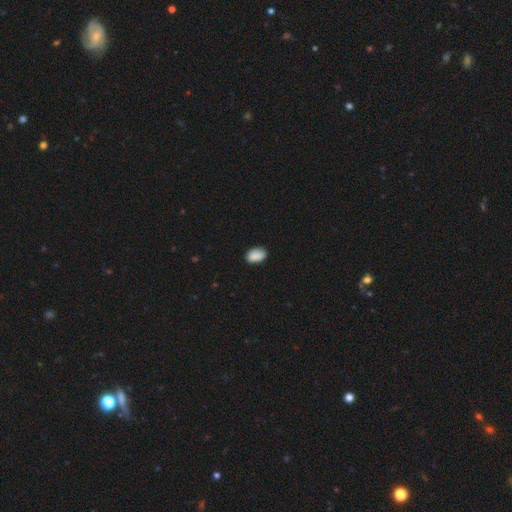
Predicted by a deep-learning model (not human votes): A smooth galaxy with no disk features (89%) that is in between round and cigar-shaped (90%). Merging: none (84%).